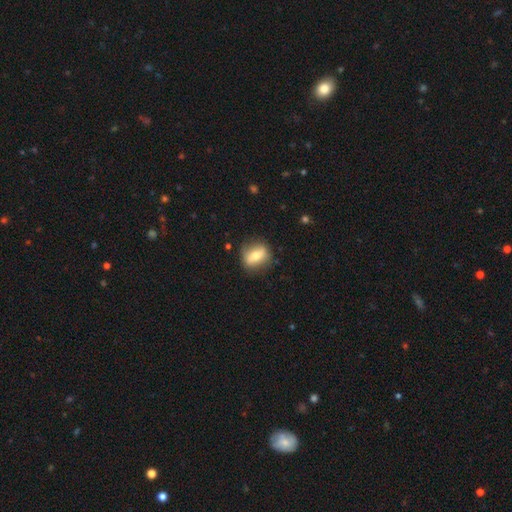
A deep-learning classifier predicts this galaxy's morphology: Smooth or featured? Predicted: smooth (p=0.55). How rounded? Predicted: in between (p=0.51). Merging? Predicted: none (p=0.81).